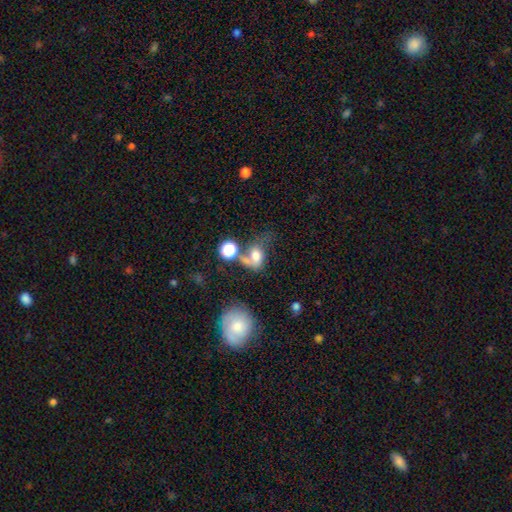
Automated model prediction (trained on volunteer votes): Overall: smooth (62%; featured or disk 25%). How rounded: in between (64%; round 34%). Merging: merger (39%; major disturbance 26%).